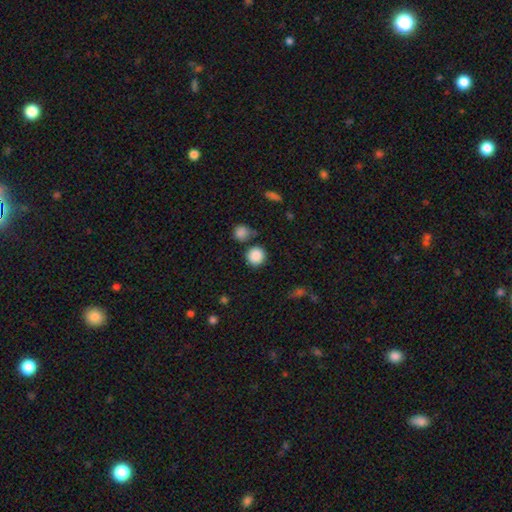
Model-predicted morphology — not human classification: smooth 88%, star or artifact 9%, featured or disk 4%. Down the decision tree: how rounded — round (93%); merging — none (78%).